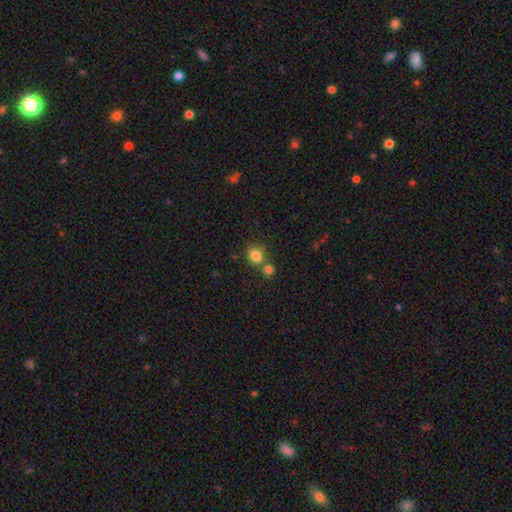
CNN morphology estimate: smooth_or_featured: smooth (p=0.82) [alt: star or artifact p=0.12]
how_rounded: round (p=0.79) [alt: in between p=0.20]
merging: none (p=0.60) [alt: merger p=0.27]